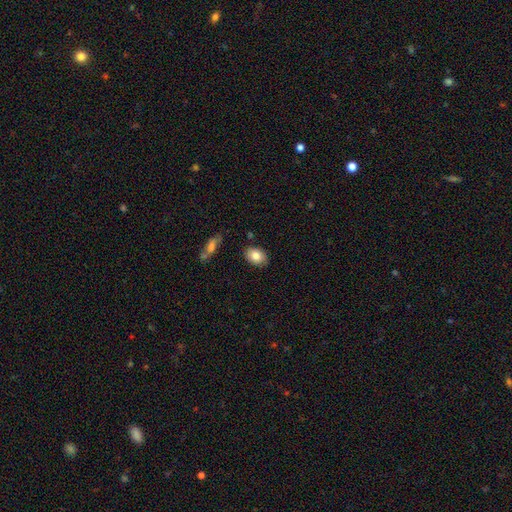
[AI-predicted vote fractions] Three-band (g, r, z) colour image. It shows a smooth galaxy with no disk features (82%) that is in between round and cigar-shaped (81%). Merging: none (85%).